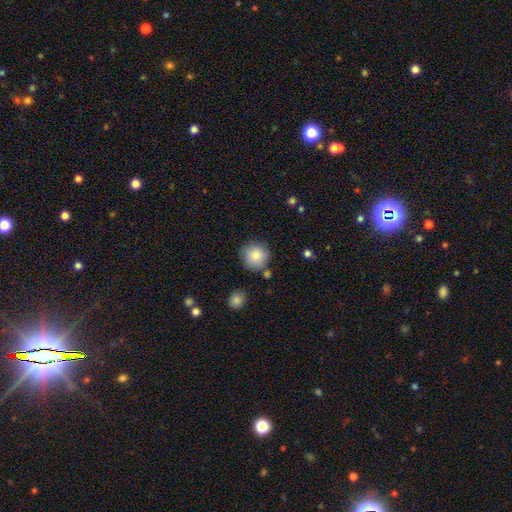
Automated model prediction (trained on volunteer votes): Overall: smooth (84%). How rounded: round (93%). Merging: none (80%).